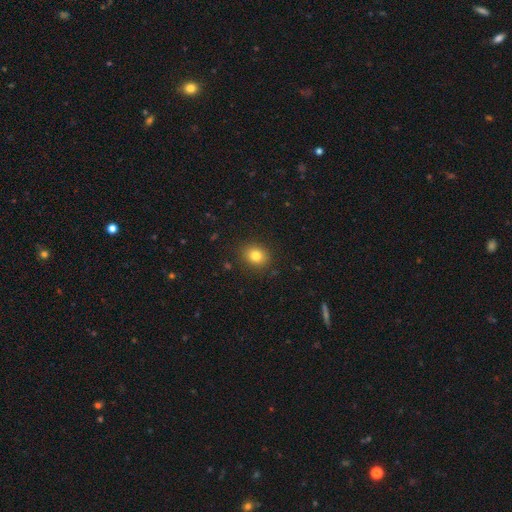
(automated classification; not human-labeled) Morphology: type=smooth (80%); roundness=round (62%); merging=none (88%).